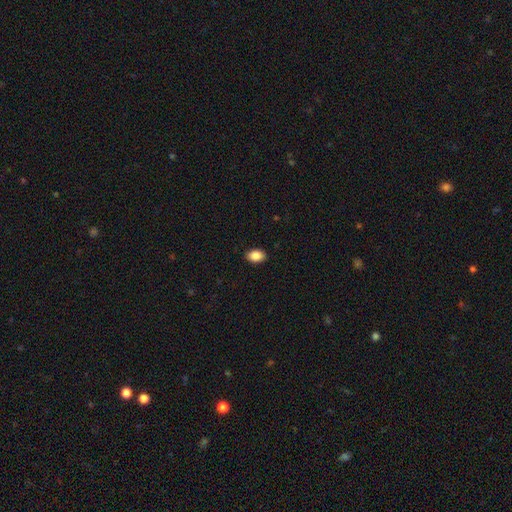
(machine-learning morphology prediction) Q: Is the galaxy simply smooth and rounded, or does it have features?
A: smooth — 87%.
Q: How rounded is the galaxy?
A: in between — 86%.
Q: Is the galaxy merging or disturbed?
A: none — 89%.